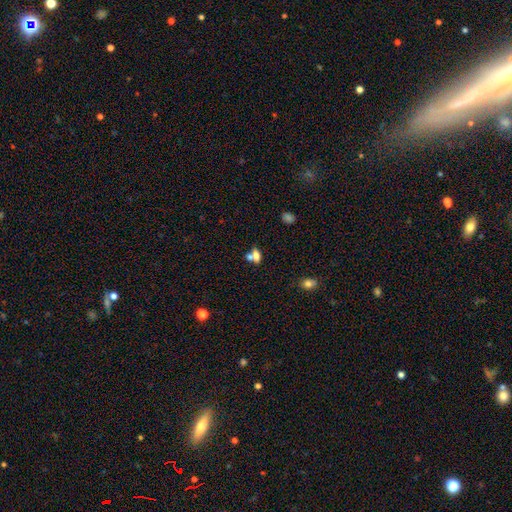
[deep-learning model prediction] Overall: smooth (67%). How rounded: in between (69%). Merging: merger (43%; none 42%).